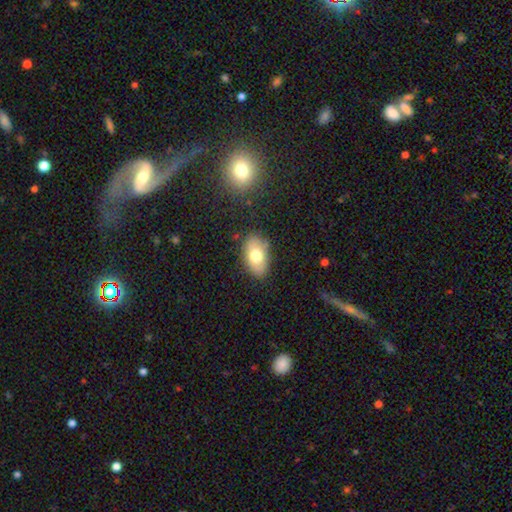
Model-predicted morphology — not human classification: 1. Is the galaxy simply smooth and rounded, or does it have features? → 72% smooth, 20% featured or disk, 8% star or artifact.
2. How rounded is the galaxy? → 91% in between, 7% round, 2% cigar-shaped.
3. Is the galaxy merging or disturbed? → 79% none, 15% minor disturbance, 4% major disturbance, 2% merger.